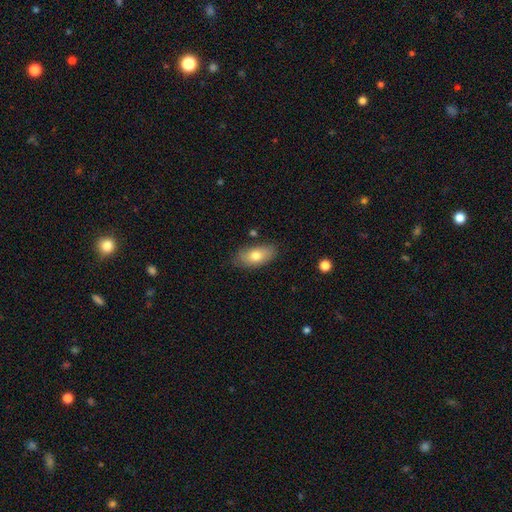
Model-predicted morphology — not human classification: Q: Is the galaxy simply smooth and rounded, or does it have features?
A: smooth — 74%.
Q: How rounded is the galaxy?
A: in between — 89%.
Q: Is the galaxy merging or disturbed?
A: none — 78%.